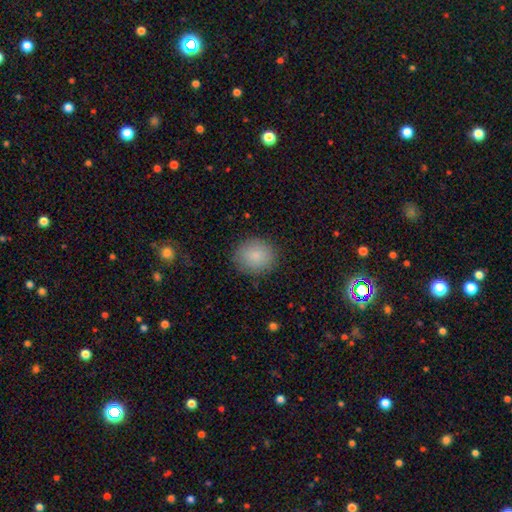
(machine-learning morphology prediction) Overall: smooth (86%). How rounded: round (76%). Merging: none (87%).